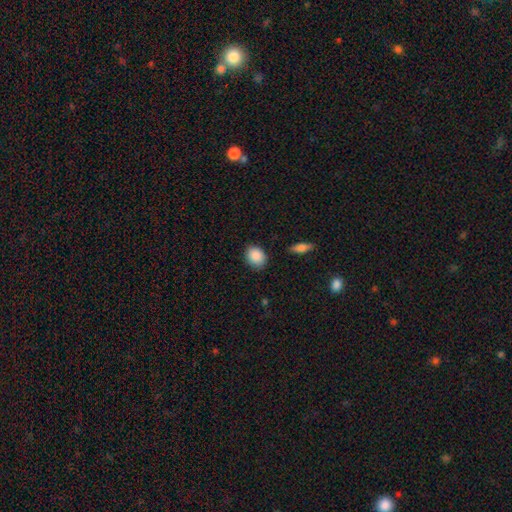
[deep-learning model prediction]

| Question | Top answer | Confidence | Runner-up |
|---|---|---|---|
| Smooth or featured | smooth | 89% | star or artifact (7%) |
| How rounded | in between | 54% | round (44%) |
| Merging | none | 82% | minor disturbance (13%) |